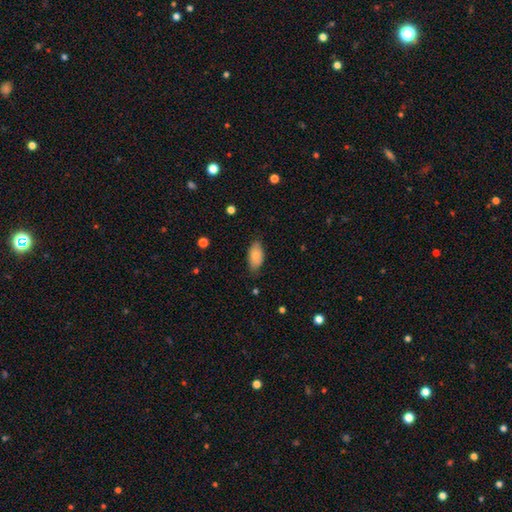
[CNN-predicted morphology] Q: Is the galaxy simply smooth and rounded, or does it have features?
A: smooth — 79%.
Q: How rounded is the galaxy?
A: in between — 93%.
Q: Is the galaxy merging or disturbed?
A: none — 73%.